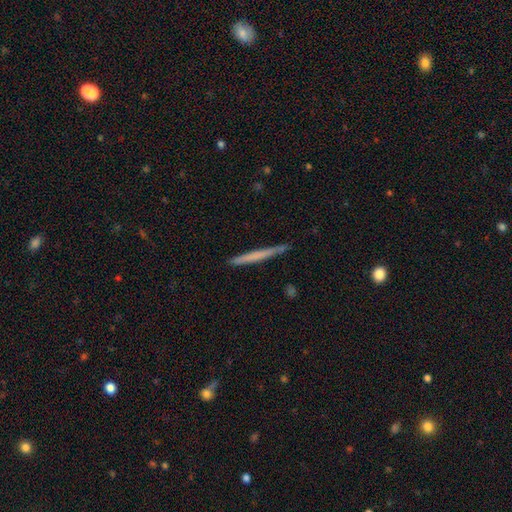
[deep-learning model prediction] Morphology: type=smooth (55%); roundness=cigar-shaped (97%); merging=none (88%).